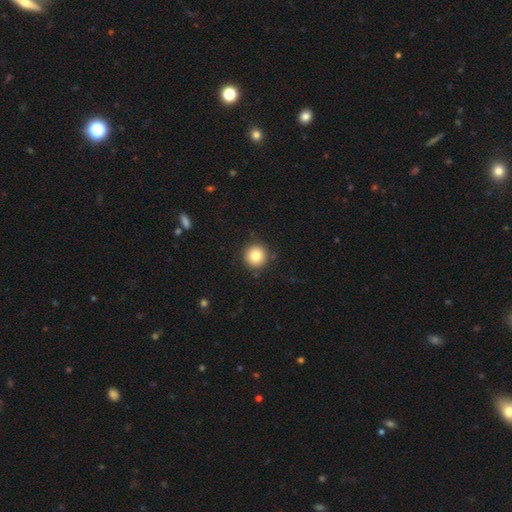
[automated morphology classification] Smooth or featured? smooth (81%)
How rounded? round (96%)
Merging? none (90%)